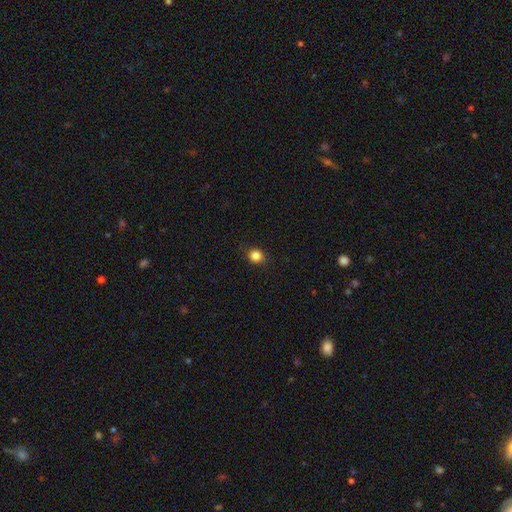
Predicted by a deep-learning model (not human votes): Smooth or featured? Predicted: smooth (p=0.85). How rounded? Predicted: round (p=0.80). Merging? Predicted: none (p=0.89).